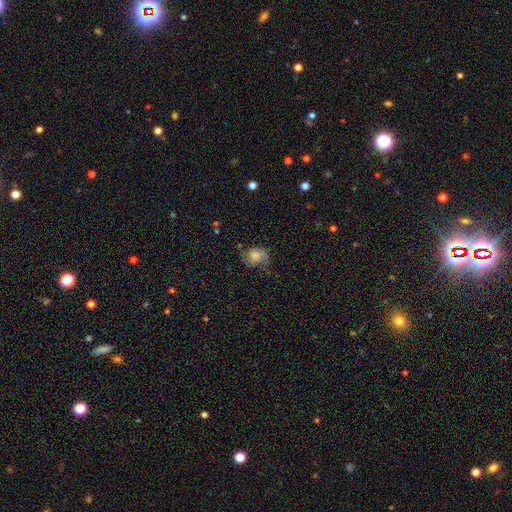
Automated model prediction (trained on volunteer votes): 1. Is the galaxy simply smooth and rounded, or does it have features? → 47% featured or disk, 42% smooth, 10% star or artifact.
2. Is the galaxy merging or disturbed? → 52% none, 27% minor disturbance, 18% major disturbance, 2% merger.